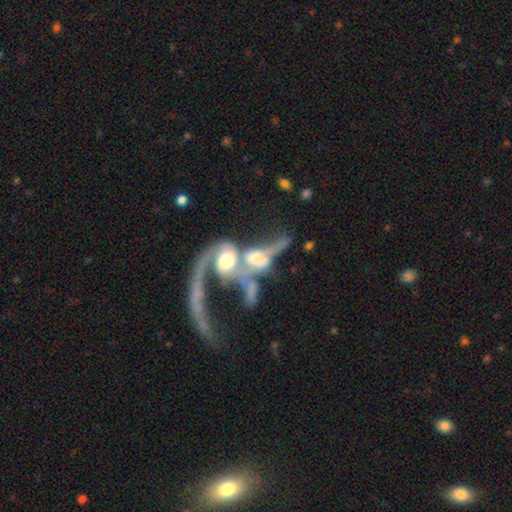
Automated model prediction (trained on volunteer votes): Smooth or featured? Predicted: featured or disk (p=0.71). Edge-on disk? Predicted: no (p=0.86). Bar? Predicted: no (p=0.68). Spiral arms? Predicted: yes (p=0.71). Bulge size? Predicted: moderate (p=0.52). Merging? Predicted: merger (p=0.80).